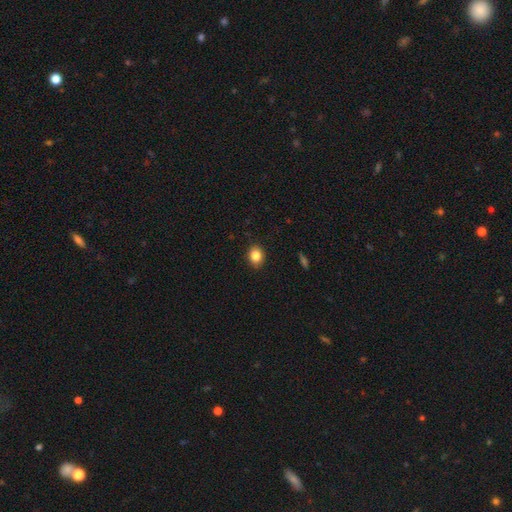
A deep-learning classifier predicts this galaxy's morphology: The model was most divided on "how rounded": round: 54%, in between: 45%, cigar-shaped: 1%. More confident: merging — none (89%); smooth or featured — smooth (84%).